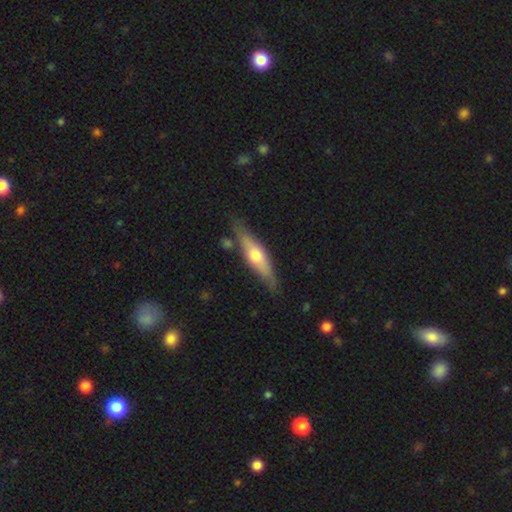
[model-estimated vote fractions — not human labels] Q: Smooth or featured?
A: featured or disk (52%); runner-up: smooth (43%)
Q: Edge-on disk?
A: yes (82%); runner-up: no (18%)
Q: Merging?
A: none (77%); runner-up: minor disturbance (16%)